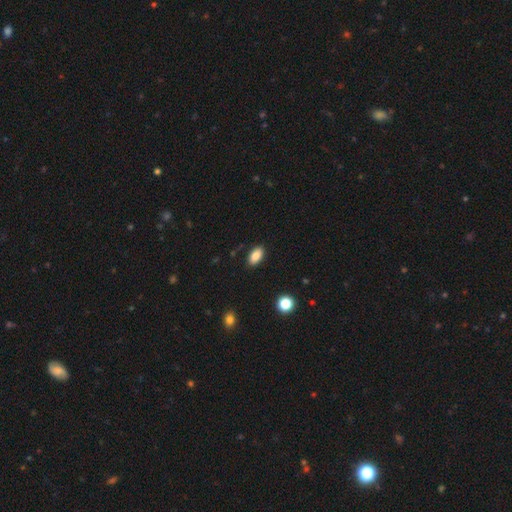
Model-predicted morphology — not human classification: This appears to be a smooth galaxy with no disk features (86%) that is in between round and cigar-shaped (92%). Merging: none (88%).